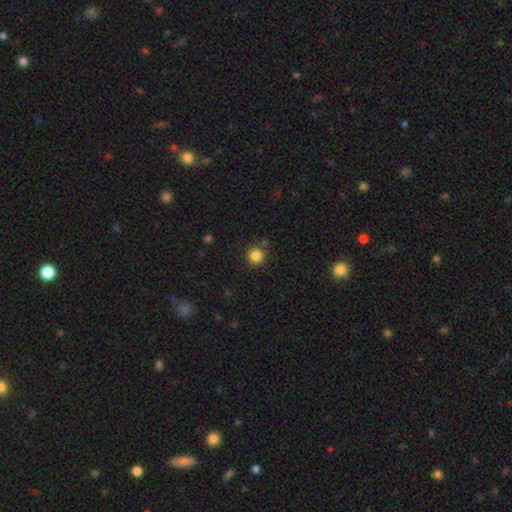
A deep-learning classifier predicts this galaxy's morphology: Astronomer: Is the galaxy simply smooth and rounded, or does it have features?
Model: smooth — 84%.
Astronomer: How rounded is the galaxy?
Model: round — 94%.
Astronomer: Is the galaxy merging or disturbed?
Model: none — 85%.